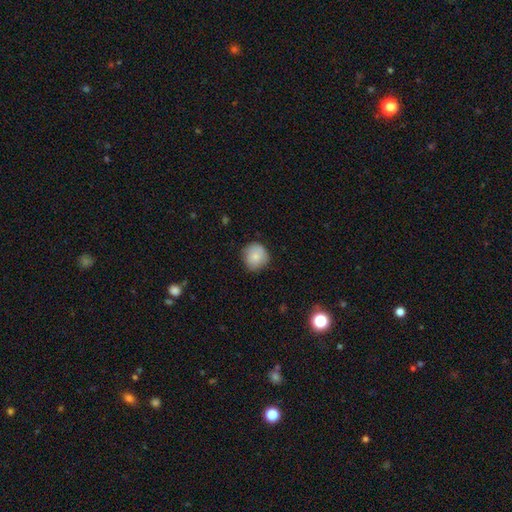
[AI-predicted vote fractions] Smooth or featured?
  - smooth: 81% *
  - featured or disk: 11%
  - star or artifact: 8%
How rounded?
  - round: 89% *
  - in between: 10%
  - cigar-shaped: 1%
Merging?
  - none: 76% *
  - minor disturbance: 19%
  - major disturbance: 3%
  - merger: 1%